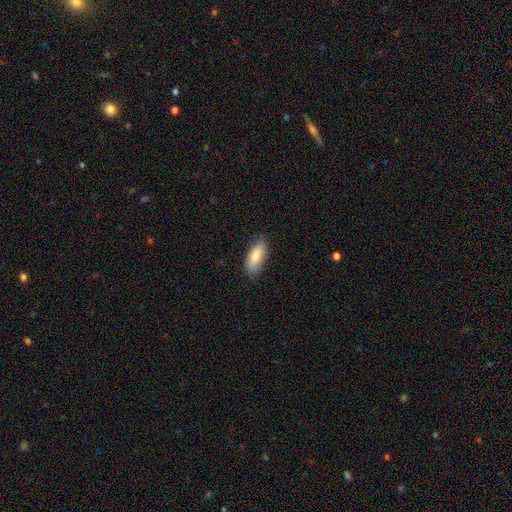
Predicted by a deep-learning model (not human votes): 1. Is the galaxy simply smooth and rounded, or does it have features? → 81% smooth, 13% featured or disk, 6% star or artifact.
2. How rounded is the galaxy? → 83% in between, 15% cigar-shaped, 2% round.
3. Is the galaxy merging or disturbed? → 80% none, 16% minor disturbance, 3% major disturbance, 1% merger.